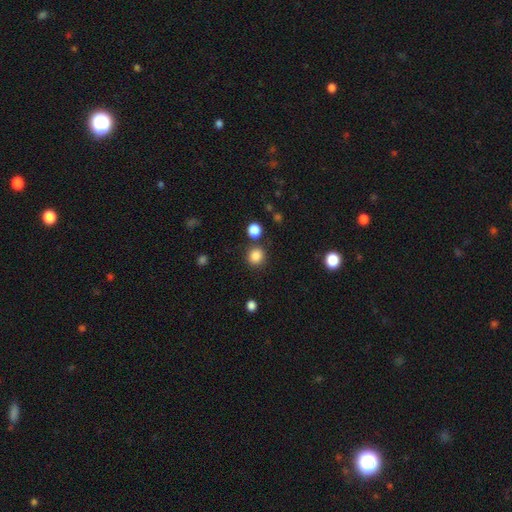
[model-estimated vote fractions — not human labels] Smooth or featured?
  - smooth: 85% *
  - star or artifact: 11%
  - featured or disk: 4%
How rounded?
  - round: 87% *
  - in between: 12%
  - cigar-shaped: 1%
Merging?
  - none: 82% *
  - minor disturbance: 8%
  - merger: 7%
  - major disturbance: 3%